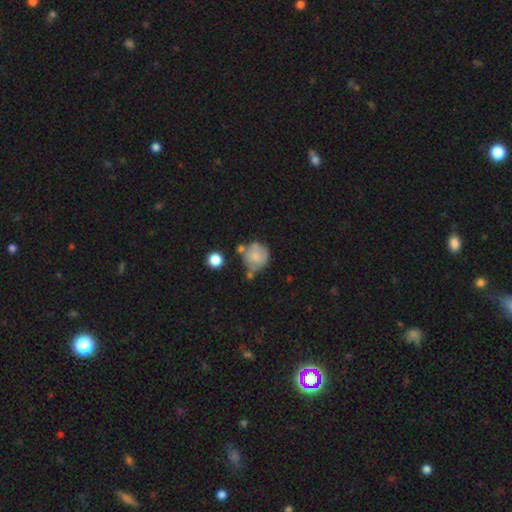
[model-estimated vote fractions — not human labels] Q: Smooth or featured?
A: smooth (64%); runner-up: featured or disk (28%)
Q: How rounded?
A: round (84%); runner-up: in between (15%)
Q: Merging?
A: none (45%); runner-up: minor disturbance (27%)